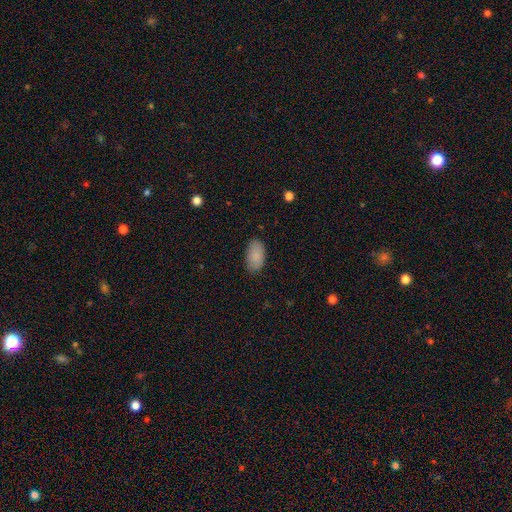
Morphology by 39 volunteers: Q: Smooth or featured?
A: smooth (87%); runner-up: star or artifact (10%)
Q: How rounded?
A: in between (97%); runner-up: cigar-shaped (3%)
Q: Merging?
A: none (86%); runner-up: minor disturbance (11%)